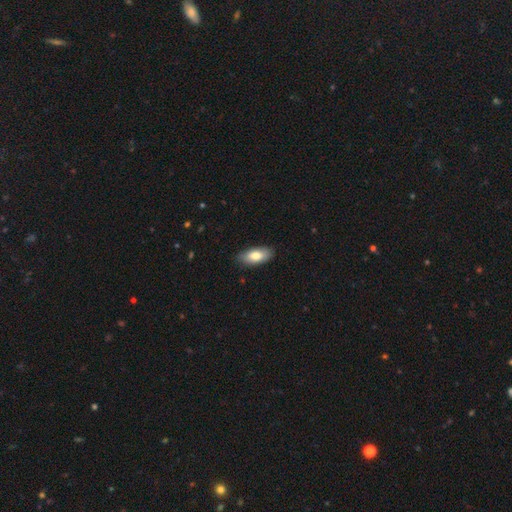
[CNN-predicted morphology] Smooth or featured: smooth — 79% (featured or disk — 15%)
How rounded: in between — 89% (cigar-shaped — 9%)
Merging: none — 86% (minor disturbance — 11%)